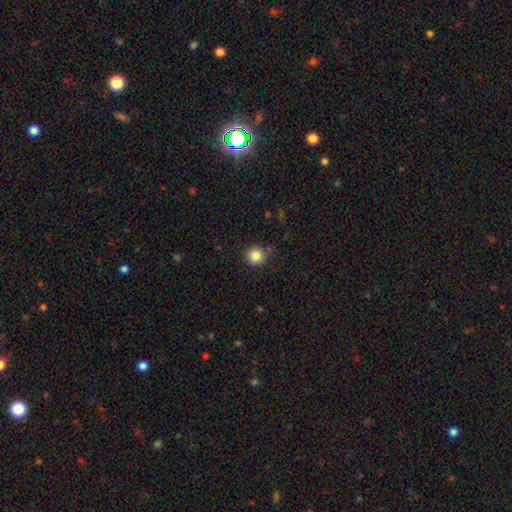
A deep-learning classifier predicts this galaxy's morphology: A smooth galaxy with no disk features (86%) that is round (92%).

Vote fractions:
- Smooth or featured? smooth: 86% / star or artifact: 10% / featured or disk: 4%
- How rounded? round: 92% / in between: 7% / cigar-shaped: 1%
- Merging? none: 81% / minor disturbance: 13% / major disturbance: 3% / merger: 3%